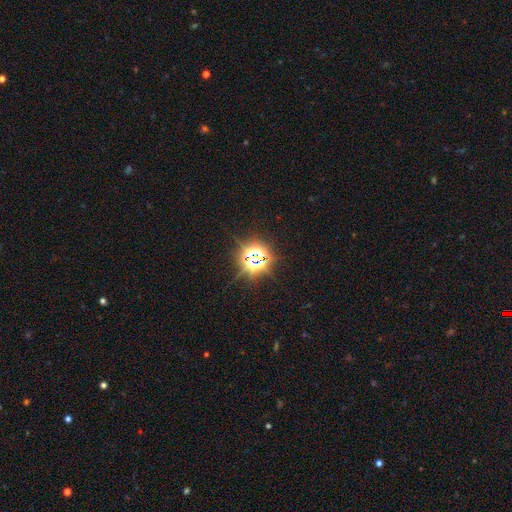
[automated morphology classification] type=star or artifact (78%).